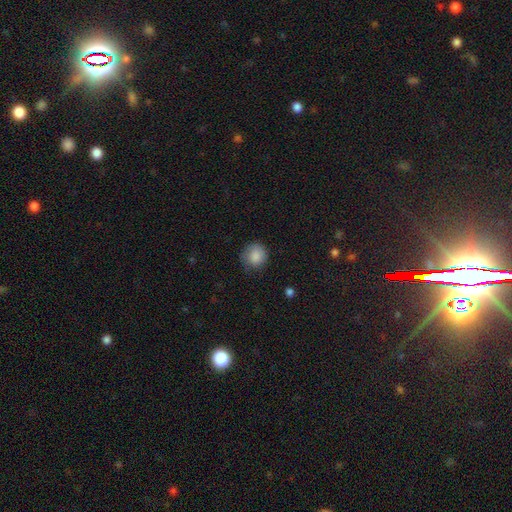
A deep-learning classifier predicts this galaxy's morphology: Smooth or featured? smooth (86%)
How rounded? round (88%)
Merging? none (71%)